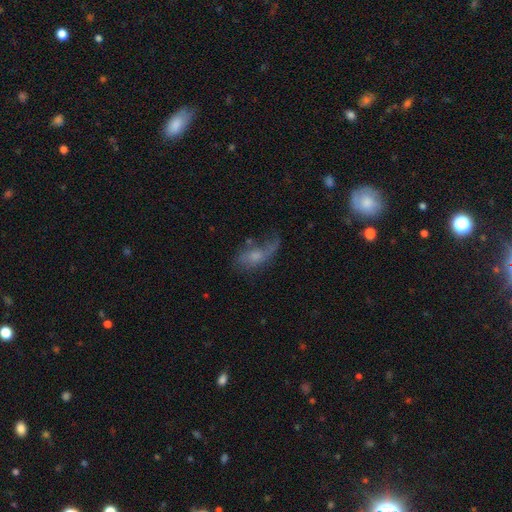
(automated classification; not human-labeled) Q: Smooth or featured?
A: featured or disk (48%); runner-up: smooth (40%)
Q: Merging?
A: major disturbance (36%); runner-up: none (32%)